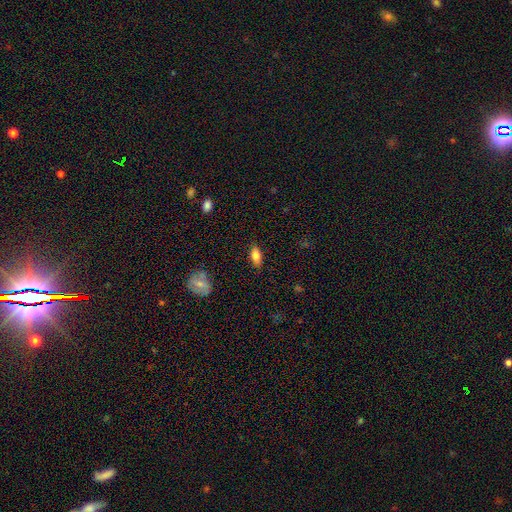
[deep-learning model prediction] A smooth galaxy with no disk features (78%) that is in between round and cigar-shaped (84%).

Vote fractions:
- Smooth or featured? smooth: 78% / featured or disk: 14% / star or artifact: 7%
- How rounded? in between: 84% / cigar-shaped: 12% / round: 4%
- Merging? none: 86% / minor disturbance: 10% / major disturbance: 2% / merger: 1%